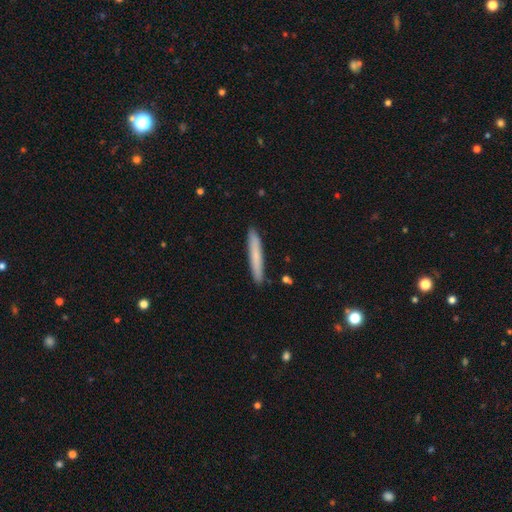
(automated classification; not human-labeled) Smooth or featured? Predicted: smooth (p=0.74). How rounded? Predicted: cigar-shaped (p=0.95). Merging? Predicted: none (p=0.90).